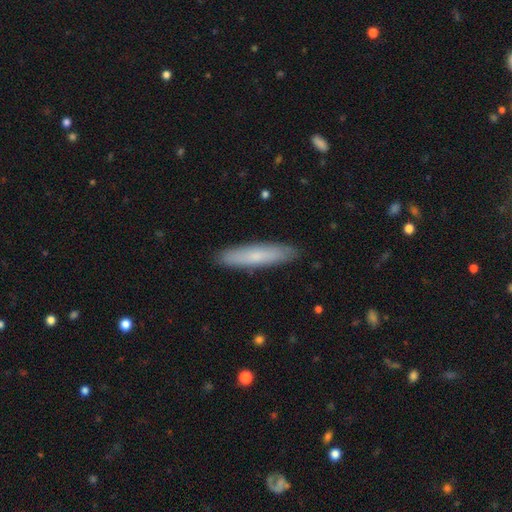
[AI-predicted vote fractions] The model was most divided on "smooth or featured": smooth: 71%, featured or disk: 24%, star or artifact: 6%. More confident: merging — none (90%); how rounded — cigar-shaped (86%).